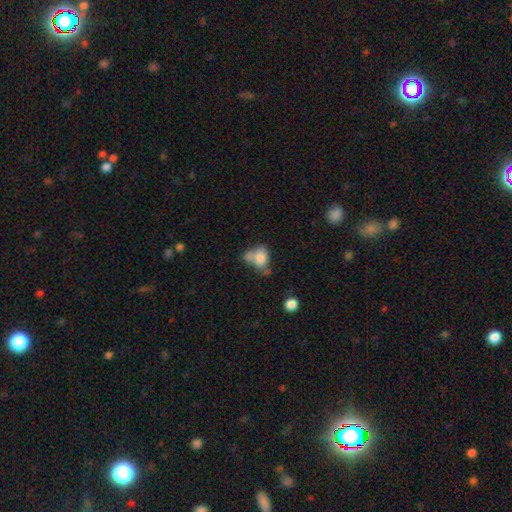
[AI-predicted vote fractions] Morphology: type=smooth (76%); roundness=in between (60%); merging=merger (48%).